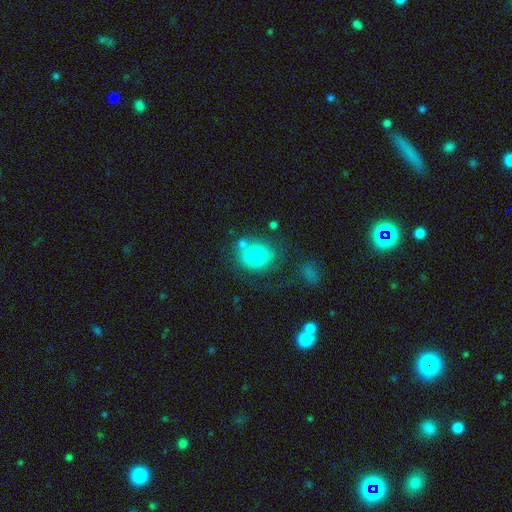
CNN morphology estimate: A smooth galaxy with no disk features (80%) that is round (59%). Merging: none (59%).